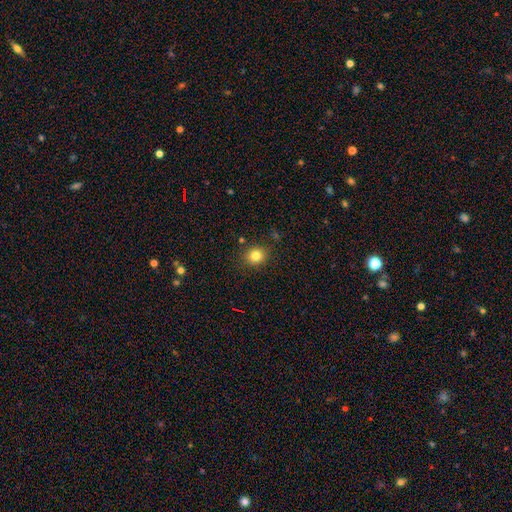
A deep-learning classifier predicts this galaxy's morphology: Overall: smooth (81%). How rounded: round (79%). Merging: none (87%).